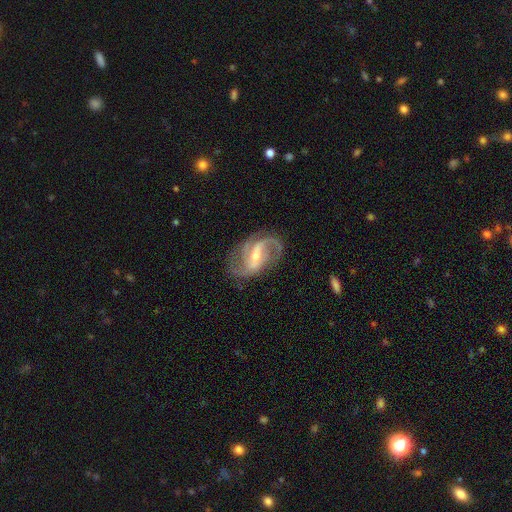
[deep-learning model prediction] Smooth or featured?
  - featured or disk: 90% *
  - star or artifact: 5%
  - smooth: 5%
Edge-on disk?
  - no: 97% *
  - yes: 3%
Bar?
  - weak: 44% *
  - strong: 41%
  - no: 15%
Spiral arms?
  - yes: 97% *
  - no: 3%
Spiral winding?
  - medium: 50% *
  - loose: 34%
  - tight: 16%
Spiral arm count?
  - 2: 57% *
  - 3: 23%
  - can't tell: 8%
  - 1: 5%
  - 4: 4%
  - more than 4: 3%
Bulge size?
  - small: 53% *
  - moderate: 42%
  - none: 2%
  - large: 2%
  - dominant: 1%
Merging?
  - none: 70% *
  - minor disturbance: 17%
  - major disturbance: 11%
  - merger: 2%